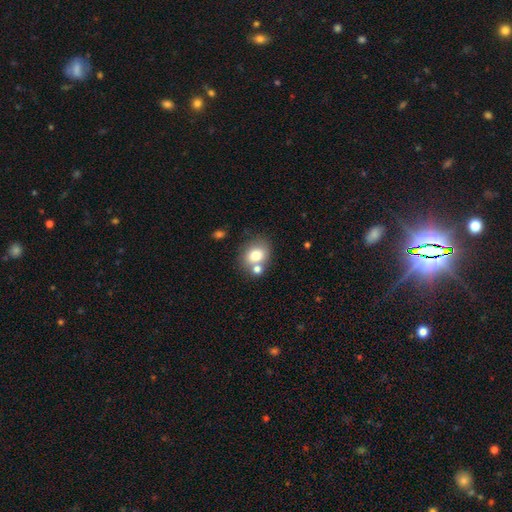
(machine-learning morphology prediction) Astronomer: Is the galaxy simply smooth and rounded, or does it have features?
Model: smooth — 75%.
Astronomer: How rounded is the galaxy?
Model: round — 54% (runner-up: in between, 45%).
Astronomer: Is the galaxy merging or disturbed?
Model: none — 53% (runner-up: merger, 29%).